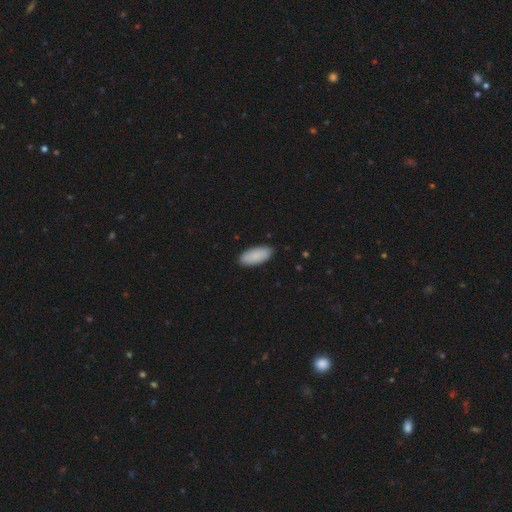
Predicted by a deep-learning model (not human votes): A smooth galaxy with no disk features (87%) that is in between round and cigar-shaped (89%).

Vote fractions:
- Smooth or featured? smooth: 87% / featured or disk: 7% / star or artifact: 6%
- How rounded? in between: 89% / cigar-shaped: 10% / round: 2%
- Merging? none: 87% / minor disturbance: 10% / major disturbance: 2% / merger: 1%